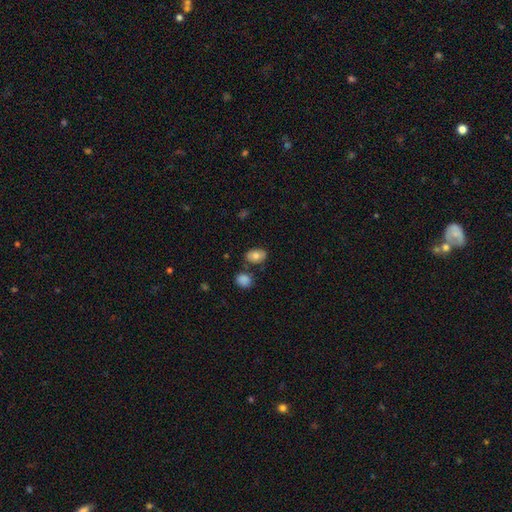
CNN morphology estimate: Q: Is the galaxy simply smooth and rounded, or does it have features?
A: smooth — 79%.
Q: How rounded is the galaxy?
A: in between — 86%.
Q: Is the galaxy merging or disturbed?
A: none — 75%.